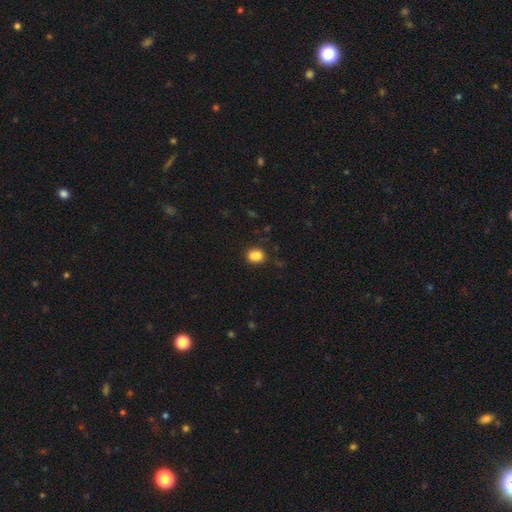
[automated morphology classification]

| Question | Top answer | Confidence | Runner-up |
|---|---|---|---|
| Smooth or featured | smooth | 83% | star or artifact (10%) |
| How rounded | round | 51% | in between (48%) |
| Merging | none | 60% | minor disturbance (20%) |